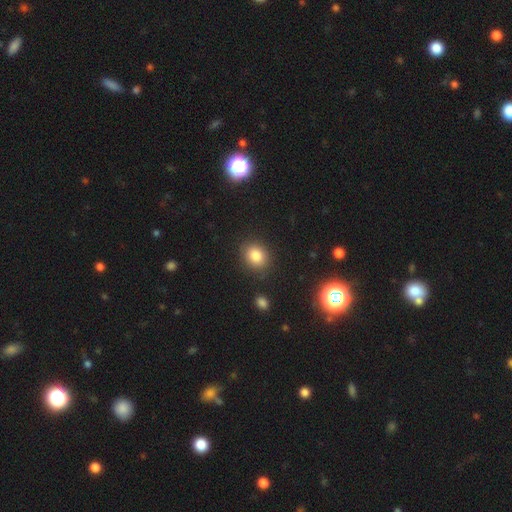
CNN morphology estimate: Smooth or featured: smooth — 82% (star or artifact — 11%)
How rounded: round — 60% (in between — 39%)
Merging: none — 85% (minor disturbance — 10%)